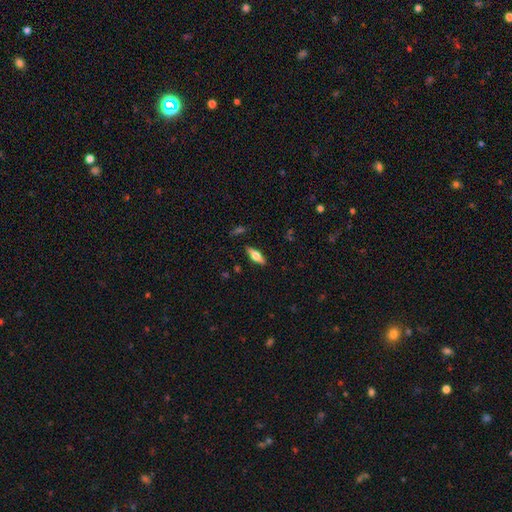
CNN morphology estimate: Smooth or featured: featured or disk — 49% (smooth — 44%)
Merging: none — 87% (minor disturbance — 9%)